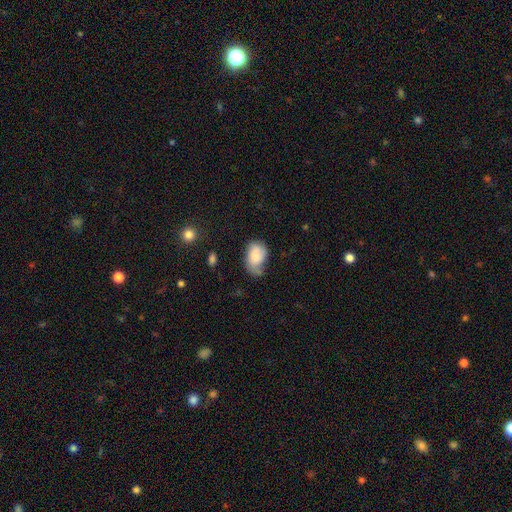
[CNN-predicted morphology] This appears to be a smooth galaxy with no disk features (74%) that is in between round and cigar-shaped (83%). Merging: minor disturbance (39%).